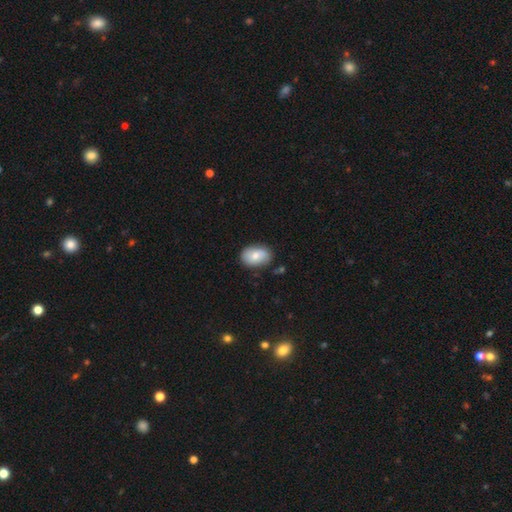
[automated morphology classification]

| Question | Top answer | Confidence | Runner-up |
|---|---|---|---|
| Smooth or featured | smooth | 73% | featured or disk (20%) |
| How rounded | in between | 86% | round (13%) |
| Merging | none | 78% | minor disturbance (16%) |